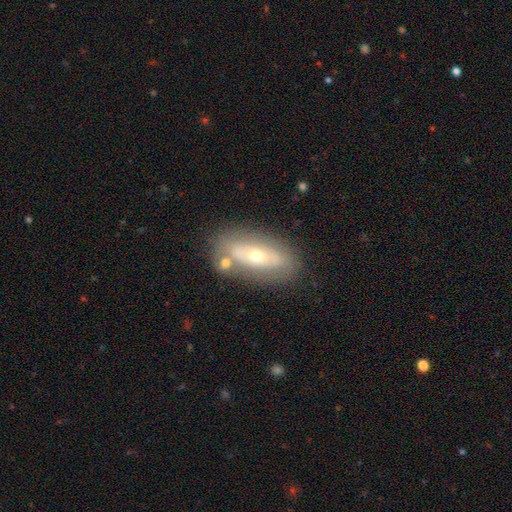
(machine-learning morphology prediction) smooth_or_featured: featured or disk (p=0.53) [alt: smooth p=0.39]
disk_edge_on: no (p=0.77) [alt: yes p=0.23]
merging: none (p=0.69) [alt: minor disturbance p=0.15]